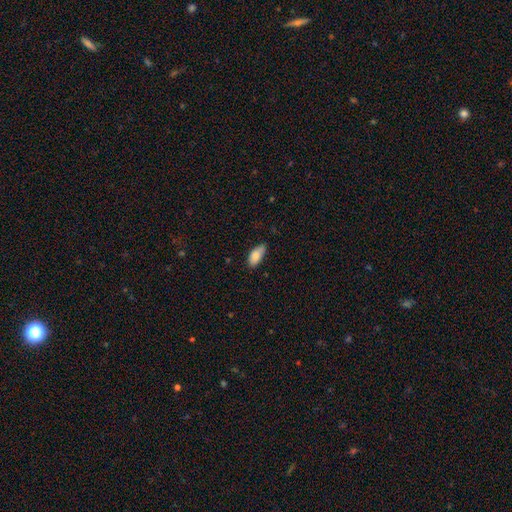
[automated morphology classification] A smooth galaxy with no disk features (84%) that is in between round and cigar-shaped (91%).

Vote fractions:
- Smooth or featured? smooth: 84% / featured or disk: 10% / star or artifact: 6%
- How rounded? in between: 91% / cigar-shaped: 7% / round: 2%
- Merging? none: 70% / minor disturbance: 25% / major disturbance: 3% / merger: 1%